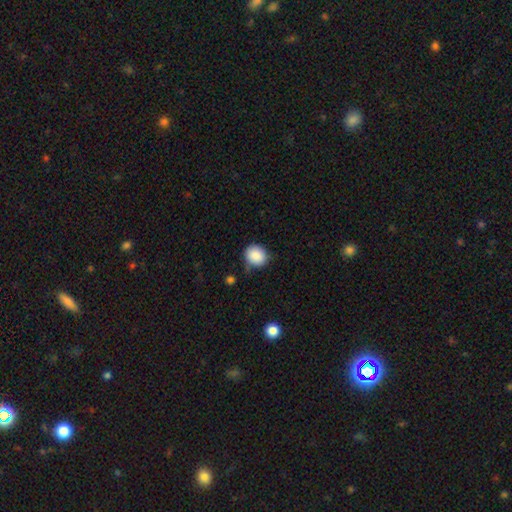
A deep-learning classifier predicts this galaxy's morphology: type=smooth (88%); roundness=round (77%); merging=none (76%).